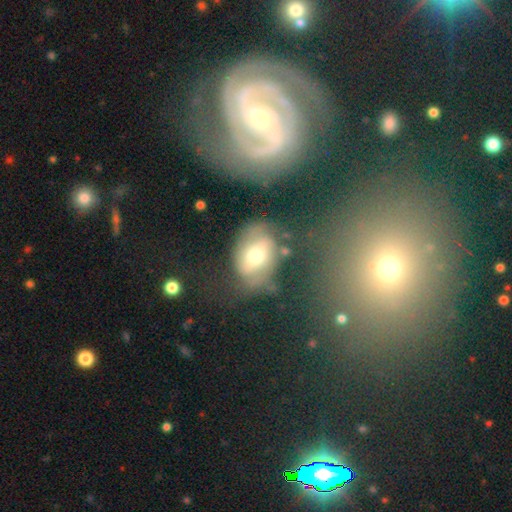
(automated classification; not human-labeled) smooth_or_featured: featured or disk (p=0.48) [alt: smooth p=0.41]
merging: none (p=0.55) [alt: minor disturbance p=0.22]